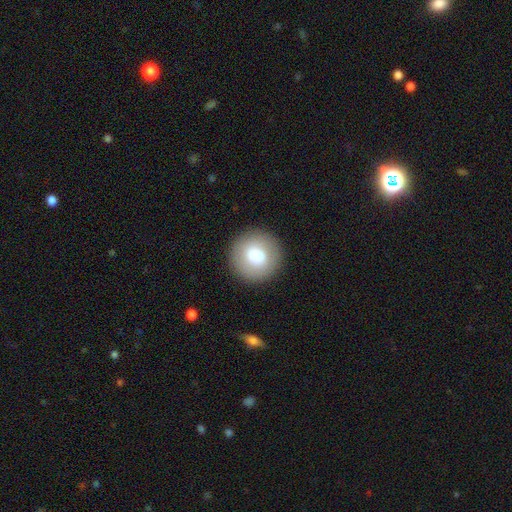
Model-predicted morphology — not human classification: Smooth or featured? smooth (79%)
How rounded? round (95%)
Merging? none (90%)